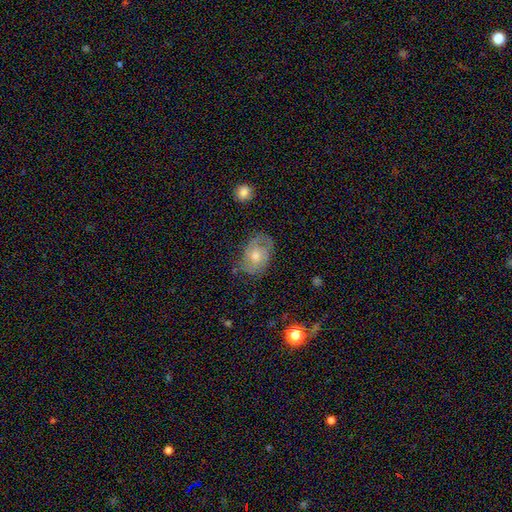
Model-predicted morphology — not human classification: A featured or disk galaxy (54%) with no bar (75%), spiral arms (71%) and a moderate central bulge (61%). Merging: none (64%).